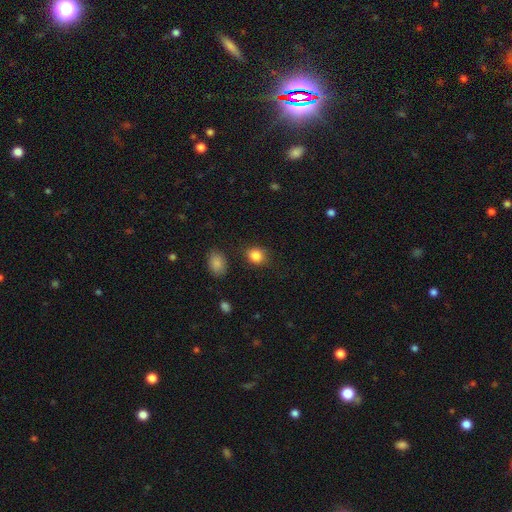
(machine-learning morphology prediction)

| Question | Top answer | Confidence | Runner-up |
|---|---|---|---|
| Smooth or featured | smooth | 85% | star or artifact (10%) |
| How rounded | round | 63% | in between (36%) |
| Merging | none | 81% | minor disturbance (12%) |